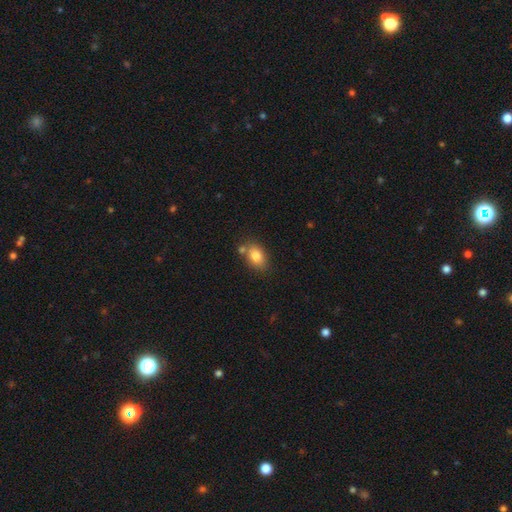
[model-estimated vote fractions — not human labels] Smooth or featured?
  - smooth: 82% *
  - featured or disk: 9%
  - star or artifact: 9%
How rounded?
  - in between: 81% *
  - round: 18%
  - cigar-shaped: 2%
Merging?
  - none: 68% *
  - merger: 15%
  - minor disturbance: 14%
  - major disturbance: 4%